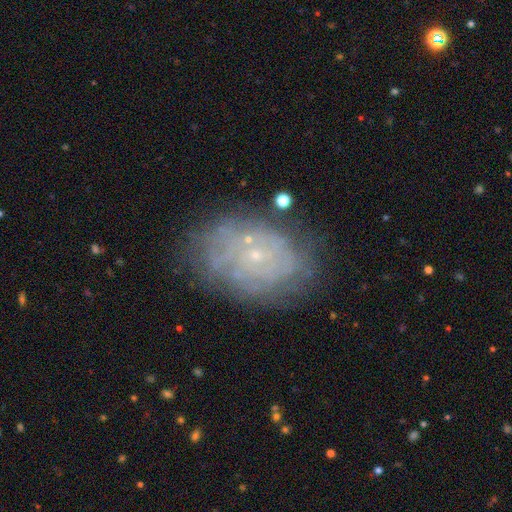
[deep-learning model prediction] This is likely a featured or disk galaxy (69%). It is clearly not viewed edge-on (96%). Bar: clearly no (84%). Spiral arm pattern: likely yes (70%). Central bulge: clearly small (86%). Merging: likely none (71%).